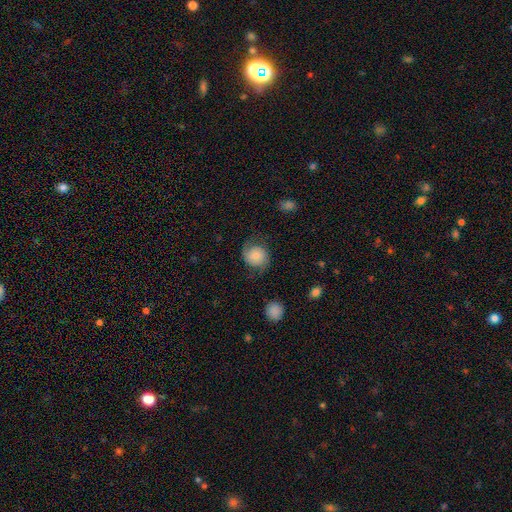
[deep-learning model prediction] Overall: smooth (52%; featured or disk 39%). How rounded: round (82%). Merging: none (67%).